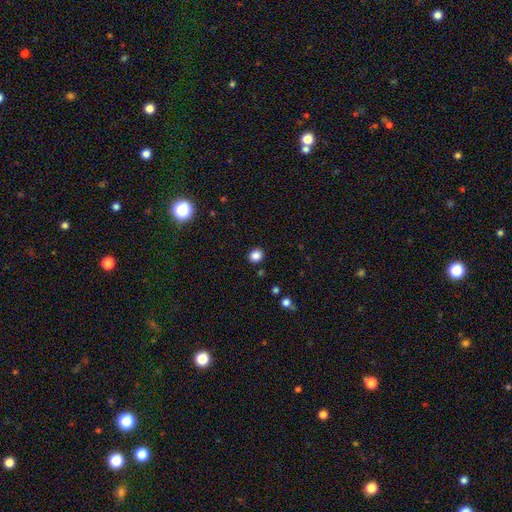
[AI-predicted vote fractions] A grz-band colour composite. It shows a smooth galaxy with no disk features (85%) that is round (78%). Merging: none (90%).